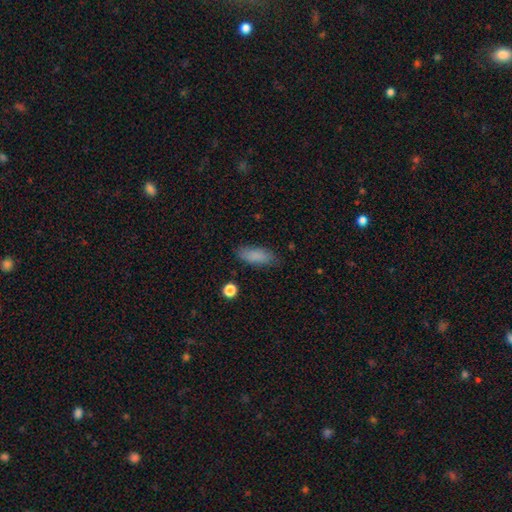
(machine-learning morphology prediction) A smooth galaxy with no disk features (85%) that is in between round and cigar-shaped (71%).

Vote fractions:
- Smooth or featured? smooth: 85% / star or artifact: 8% / featured or disk: 7%
- How rounded? in between: 71% / cigar-shaped: 27% / round: 2%
- Merging? none: 81% / minor disturbance: 14% / major disturbance: 3% / merger: 2%